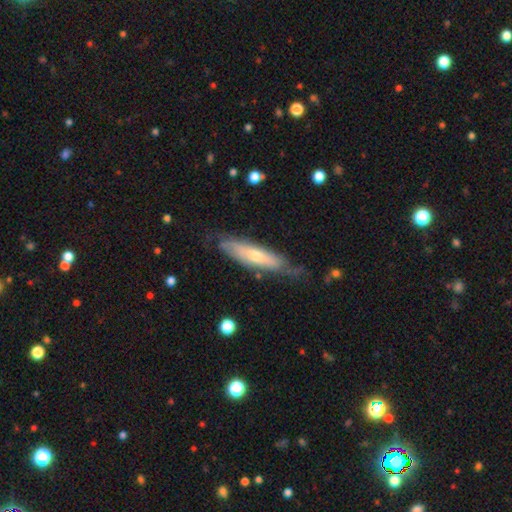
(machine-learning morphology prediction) The model was most divided on "edge-on disk": yes: 52%, no: 48%. More confident: merging — none (66%); smooth or featured — featured or disk (56%).